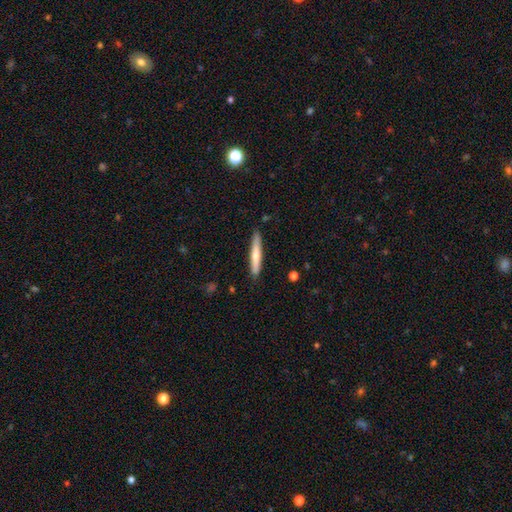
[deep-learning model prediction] A smooth galaxy with no disk features (62%) that is cigar-shaped (93%).

Vote fractions:
- Smooth or featured? smooth: 62% / featured or disk: 32% / star or artifact: 5%
- How rounded? cigar-shaped: 93% / in between: 6% / round: 1%
- Merging? none: 86% / minor disturbance: 11% / major disturbance: 2% / merger: 1%